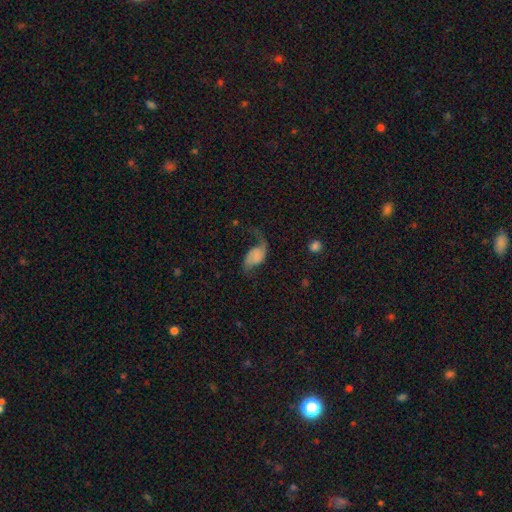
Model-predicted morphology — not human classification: smooth-or-featured: featured or disk: 64% | smooth: 26% | star or artifact: 9%
  disk-edge-on: no: 97% | yes: 3%
    bar: no: 65% | weak: 27% | strong: 9%
    has-spiral-arms: yes: 89% | no: 11%
      spiral-winding: loose: 83% | medium: 13% | tight: 4%
      spiral-arm-count: 2: 75% | 1: 20% | can't tell: 2% | 3: 1% | 4: 1% | more than 4: 1%
    bulge-size: none: 58% | small: 18% | moderate: 10% | large: 8% | dominant: 6%
  merging: none: 41% | major disturbance: 34% | minor disturbance: 21% | merger: 4%